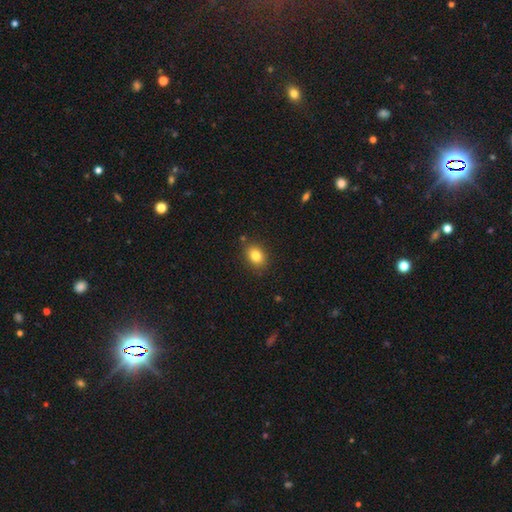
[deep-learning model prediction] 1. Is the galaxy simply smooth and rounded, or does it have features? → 82% smooth, 10% star or artifact, 7% featured or disk.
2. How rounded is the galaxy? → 59% in between, 40% round, 1% cigar-shaped.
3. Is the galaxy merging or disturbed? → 84% none, 11% minor disturbance, 3% major disturbance, 2% merger.